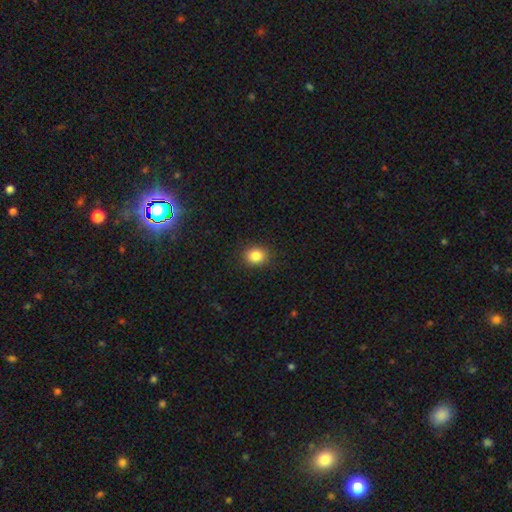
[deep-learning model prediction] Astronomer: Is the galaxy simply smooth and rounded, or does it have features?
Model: smooth — 85%.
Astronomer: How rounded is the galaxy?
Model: round — 69%.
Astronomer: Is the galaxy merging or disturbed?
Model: none — 89%.